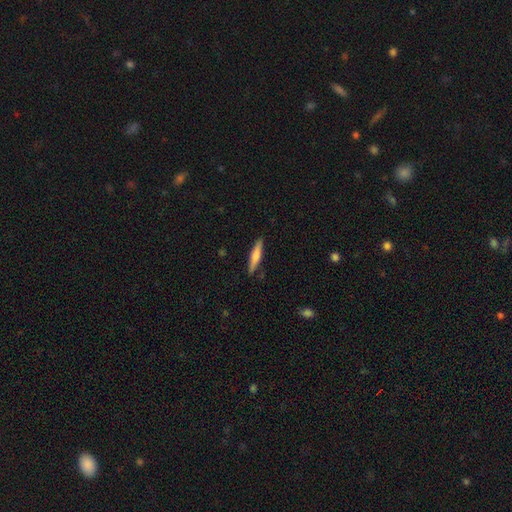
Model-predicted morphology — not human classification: type=smooth (60%); roundness=cigar-shaped (87%); merging=none (89%).